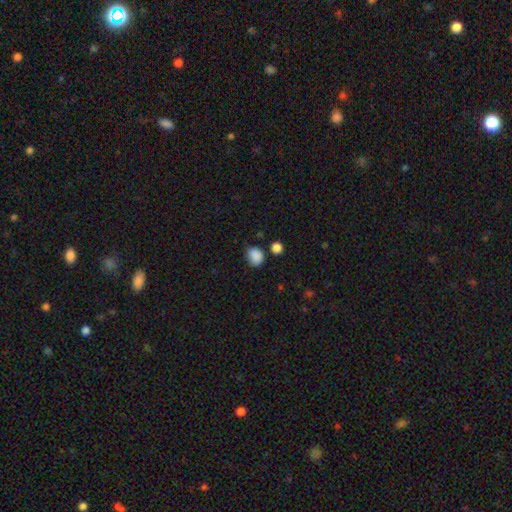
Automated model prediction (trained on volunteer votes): A smooth galaxy with no disk features (86%) that is in between round and cigar-shaped (50%). Merging: none (66%).